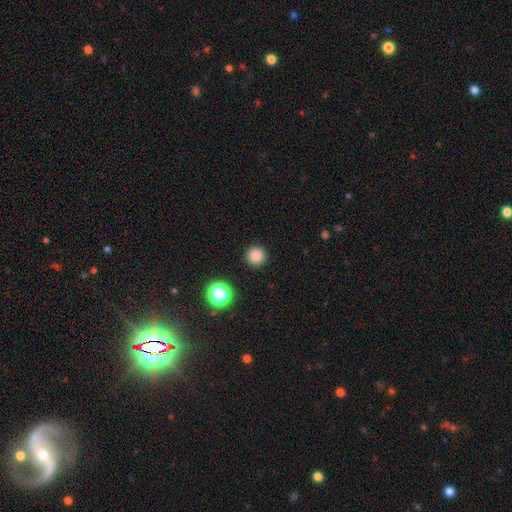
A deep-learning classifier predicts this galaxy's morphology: A smooth galaxy with no disk features (84%) that is round (95%). Merging: none (92%).